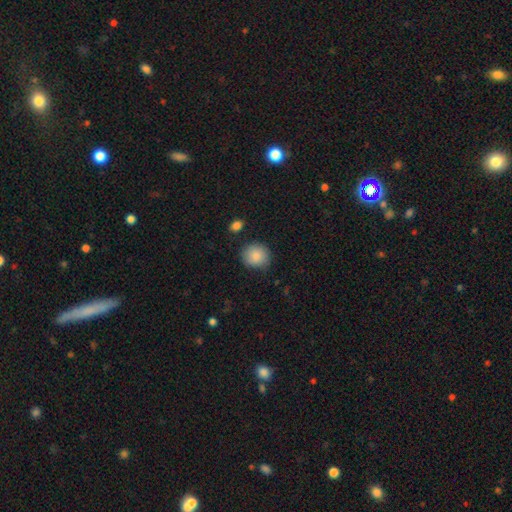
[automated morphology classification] A smooth galaxy with no disk features (88%) that is round (85%). Merging: none (81%).